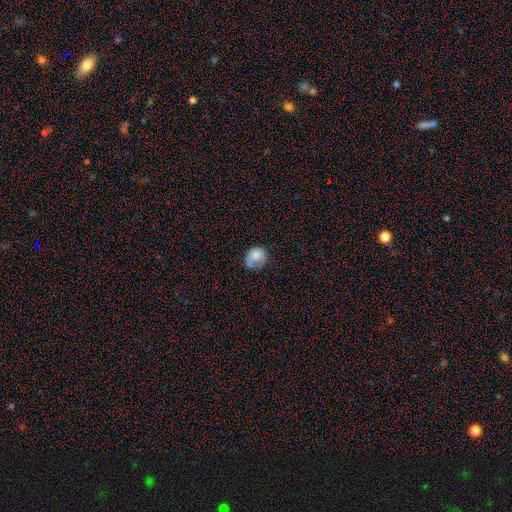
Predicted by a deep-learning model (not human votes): A smooth galaxy with no disk features (74%) that is round (66%).

Vote fractions:
- Smooth or featured? smooth: 74% / featured or disk: 18% / star or artifact: 9%
- How rounded? round: 66% / in between: 33% / cigar-shaped: 1%
- Merging? none: 43% / minor disturbance: 30% / major disturbance: 15% / merger: 11%